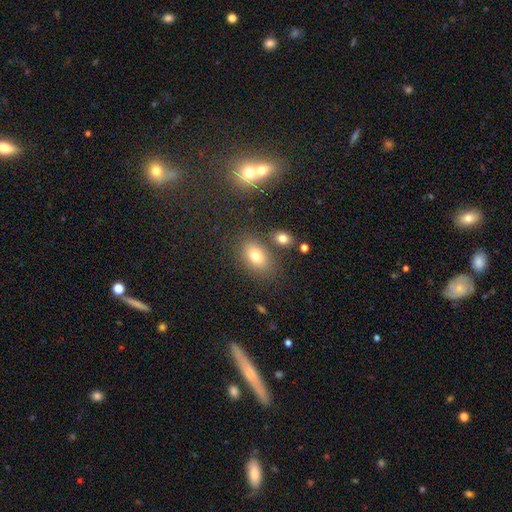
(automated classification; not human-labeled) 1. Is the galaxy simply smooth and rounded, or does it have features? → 75% smooth, 13% featured or disk, 12% star or artifact.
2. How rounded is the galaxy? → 81% in between, 17% round, 2% cigar-shaped.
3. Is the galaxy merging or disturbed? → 75% none, 12% minor disturbance, 8% merger, 4% major disturbance.